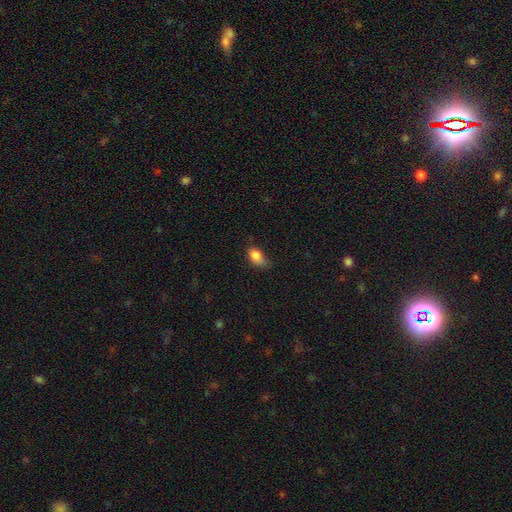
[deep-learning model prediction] Smooth or featured?
  - smooth: 84% *
  - star or artifact: 9%
  - featured or disk: 8%
How rounded?
  - in between: 87% *
  - round: 9%
  - cigar-shaped: 4%
Merging?
  - none: 45% *
  - minor disturbance: 40%
  - major disturbance: 12%
  - merger: 2%